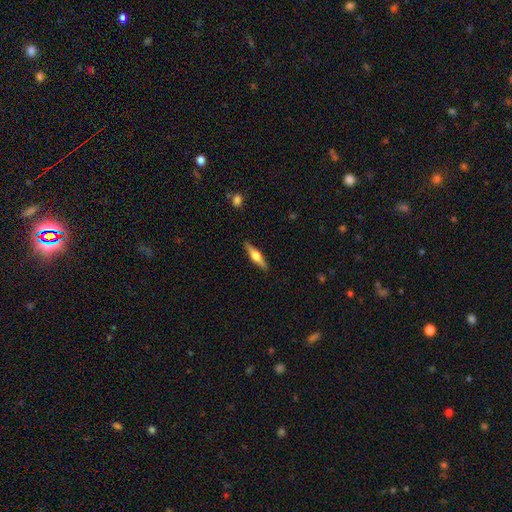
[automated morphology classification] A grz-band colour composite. It shows a featured or disk galaxy (60%) viewed edge-on (96%) with a rounded central bulge (93%). Merging: none (89%).